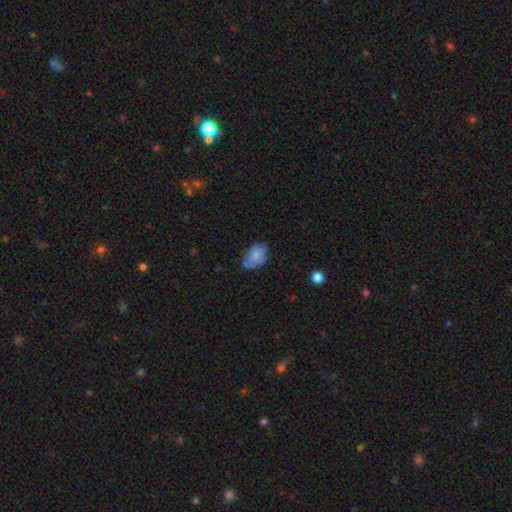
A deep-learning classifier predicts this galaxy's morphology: type=smooth (71%); roundness=in between (85%); merging=none (55%).